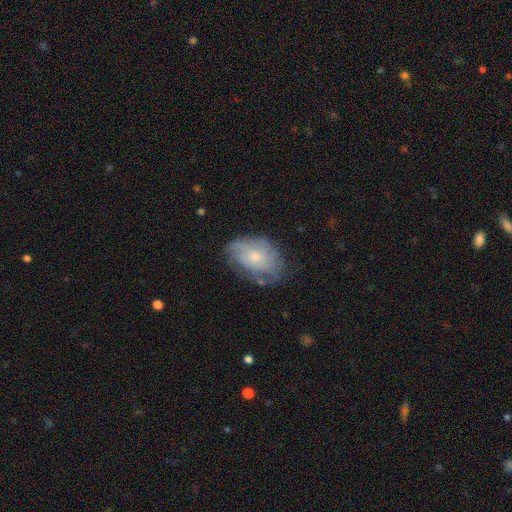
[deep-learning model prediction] Smooth or featured: featured or disk — 49% (smooth — 43%)
Merging: none — 59% (minor disturbance — 29%)